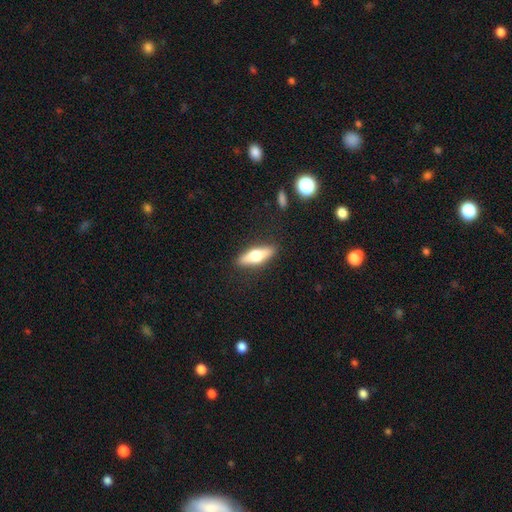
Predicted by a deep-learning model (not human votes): This is possibly a smooth galaxy (51%). How rounded: possibly cigar-shaped (57%). Merging: clearly none (88%).